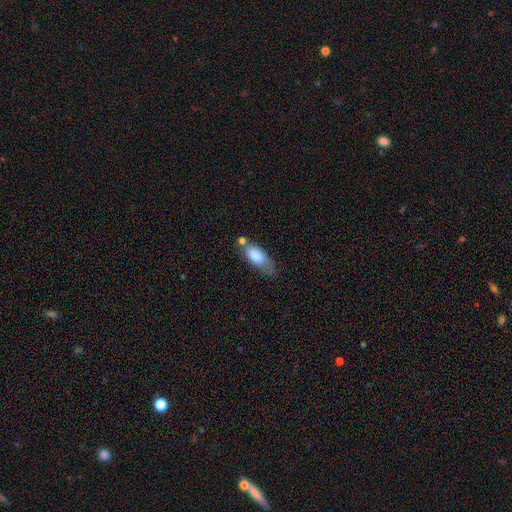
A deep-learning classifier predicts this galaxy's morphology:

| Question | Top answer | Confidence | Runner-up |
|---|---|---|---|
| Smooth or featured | smooth | 79% | featured or disk (14%) |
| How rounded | in between | 80% | cigar-shaped (17%) |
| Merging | none | 43% | minor disturbance (28%) |